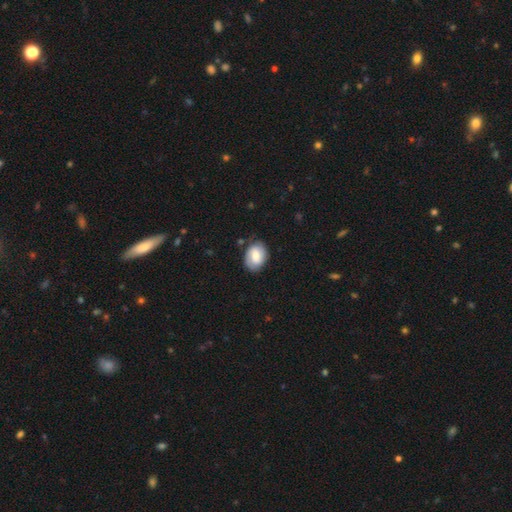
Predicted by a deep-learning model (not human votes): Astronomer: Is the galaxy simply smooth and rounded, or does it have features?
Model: smooth — 58% (runner-up: featured or disk, 36%).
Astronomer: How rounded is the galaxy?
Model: in between — 71%.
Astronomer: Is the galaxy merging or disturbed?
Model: none — 77%.